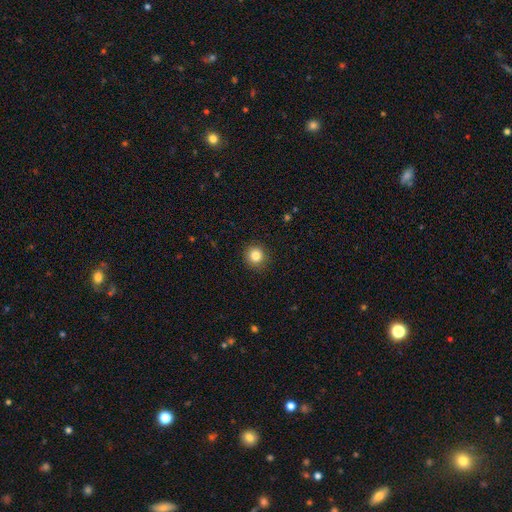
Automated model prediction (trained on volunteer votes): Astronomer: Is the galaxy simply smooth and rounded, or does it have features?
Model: smooth — 84%.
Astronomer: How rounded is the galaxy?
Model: round — 92%.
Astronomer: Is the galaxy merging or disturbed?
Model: none — 91%.